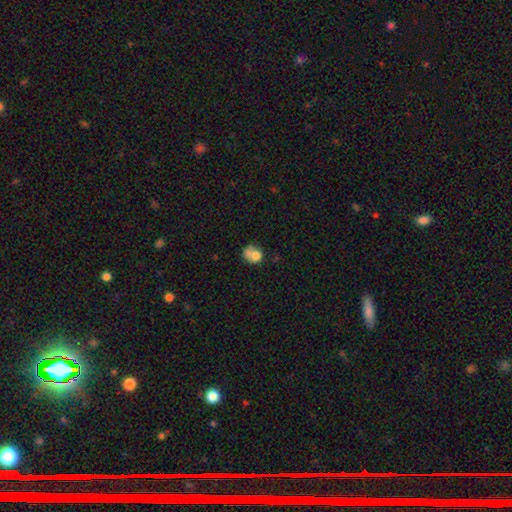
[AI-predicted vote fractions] smooth_or_featured: smooth (p=0.70) [alt: featured or disk p=0.20]
how_rounded: round (p=0.64) [alt: in between p=0.35]
merging: merger (p=0.38) [alt: none p=0.33]